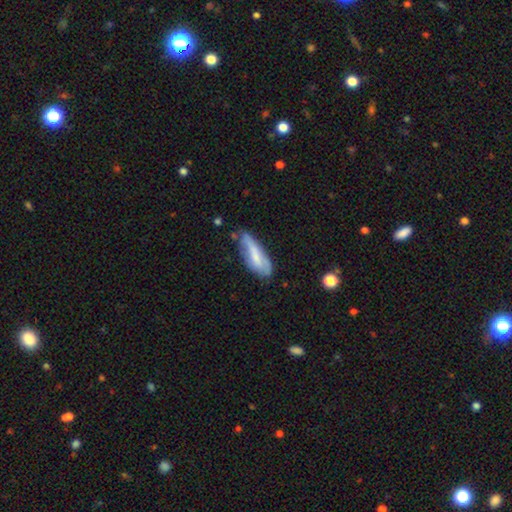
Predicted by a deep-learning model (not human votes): Q: Smooth or featured?
A: smooth (57%); runner-up: featured or disk (36%)
Q: How rounded?
A: in between (57%); runner-up: cigar-shaped (42%)
Q: Merging?
A: none (46%); runner-up: minor disturbance (36%)